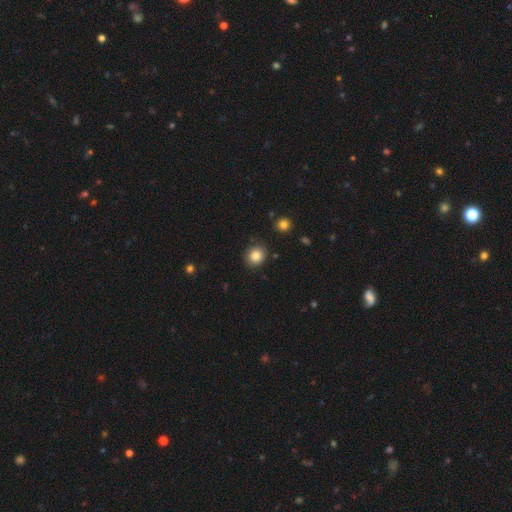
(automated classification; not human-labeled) Overall: smooth (84%). How rounded: round (80%). Merging: none (87%).